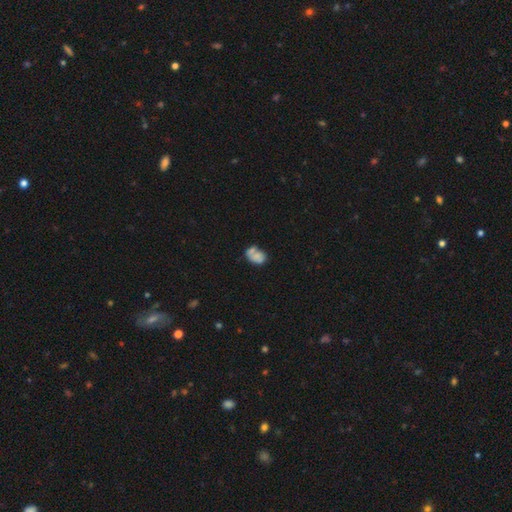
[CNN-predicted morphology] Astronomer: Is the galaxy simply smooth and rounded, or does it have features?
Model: smooth — 67%.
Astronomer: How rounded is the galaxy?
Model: in between — 73%.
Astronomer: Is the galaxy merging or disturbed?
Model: merger — 37% (runner-up: none, 32%).